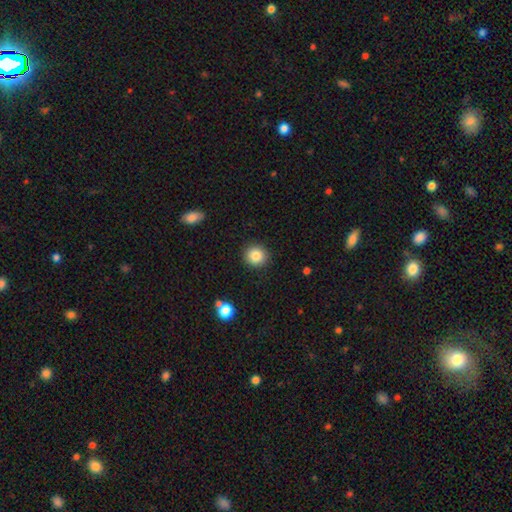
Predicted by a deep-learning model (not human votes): Overall: smooth (84%). How rounded: round (91%). Merging: none (91%).